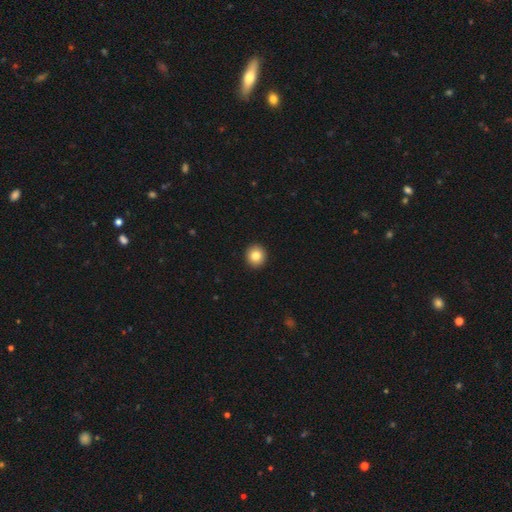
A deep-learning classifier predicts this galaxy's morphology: This appears to be a smooth galaxy with no disk features (82%) that is round (87%). Merging: none (93%).